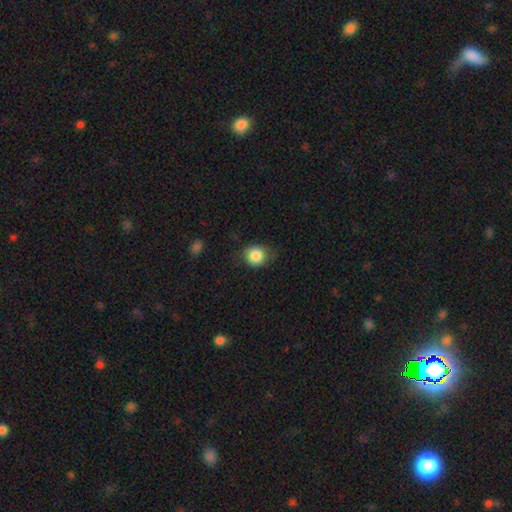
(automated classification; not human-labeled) Smooth or featured? Predicted: smooth (p=0.86). How rounded? Predicted: round (p=0.81). Merging? Predicted: none (p=0.71).